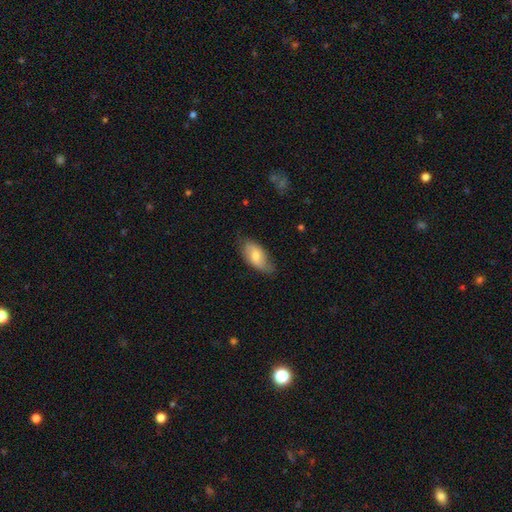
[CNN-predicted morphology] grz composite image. It shows a smooth galaxy with no disk features (64%) that is in between round and cigar-shaped (92%). Merging: none (70%).